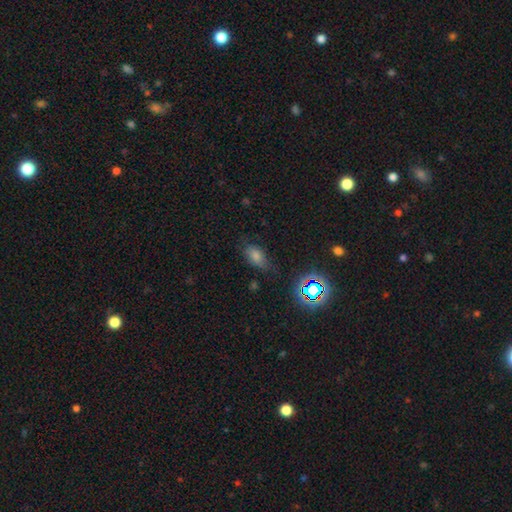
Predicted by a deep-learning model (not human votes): Morphology: type=smooth (62%); roundness=in between (82%); merging=none (71%).